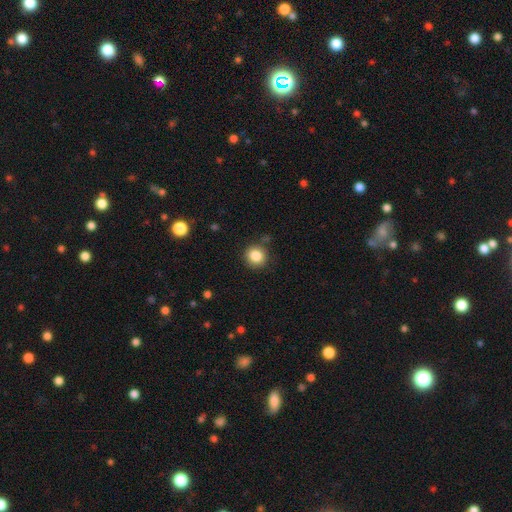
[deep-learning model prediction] smooth 85%, star or artifact 10%, featured or disk 5%. Down the decision tree: how rounded — round (90%); merging — none (83%).